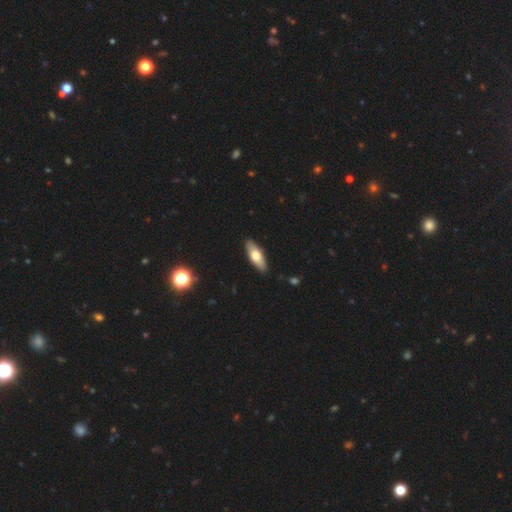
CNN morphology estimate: smooth 61%, featured or disk 33%, star or artifact 6%. Down the decision tree: how rounded — in between (62%); merging — none (89%).